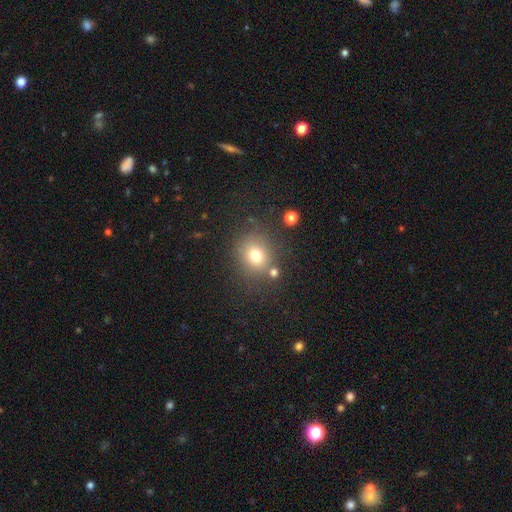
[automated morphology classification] Smooth or featured? Predicted: smooth (p=0.73). How rounded? Predicted: round (p=0.78). Merging? Predicted: none (p=0.75).